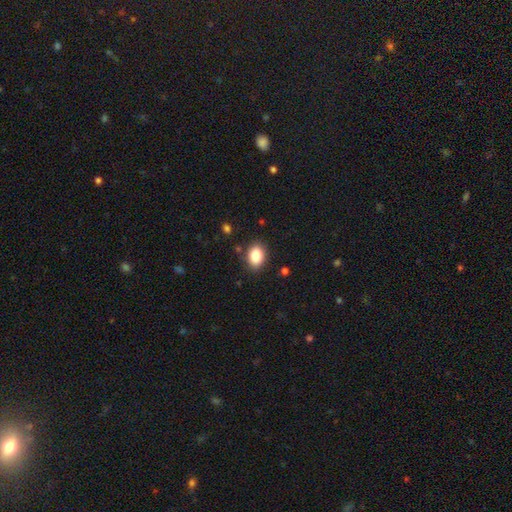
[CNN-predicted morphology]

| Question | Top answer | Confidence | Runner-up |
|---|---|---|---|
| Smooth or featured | smooth | 87% | star or artifact (8%) |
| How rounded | in between | 78% | round (21%) |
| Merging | none | 86% | minor disturbance (10%) |